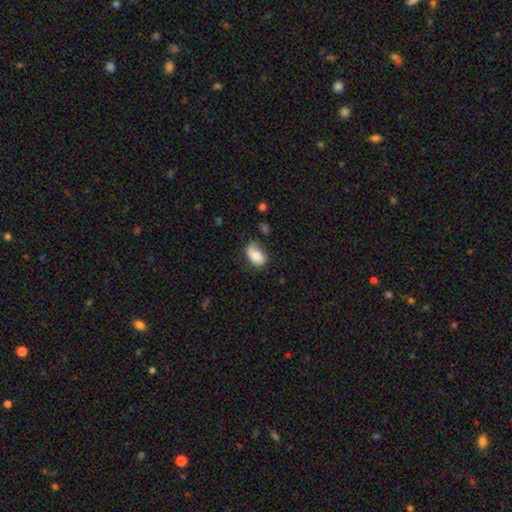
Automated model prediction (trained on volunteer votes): smooth-or-featured: smooth: 74% | featured or disk: 19% | star or artifact: 7%
  how-rounded: in between: 87% | round: 11% | cigar-shaped: 1%
  merging: none: 50% | minor disturbance: 33% | major disturbance: 14% | merger: 4%